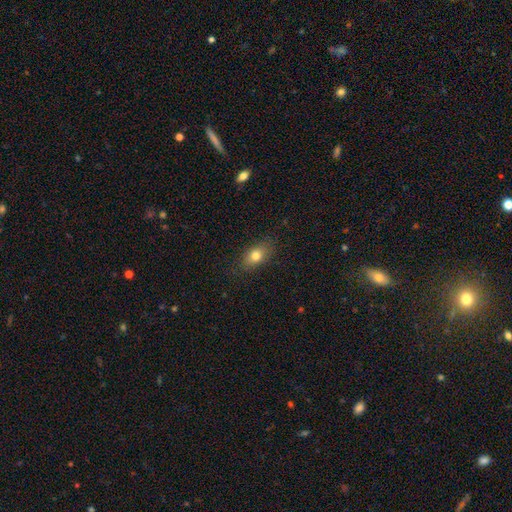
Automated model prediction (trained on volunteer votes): A smooth galaxy with no disk features (78%) that is in between round and cigar-shaped (80%). Merging: none (83%).